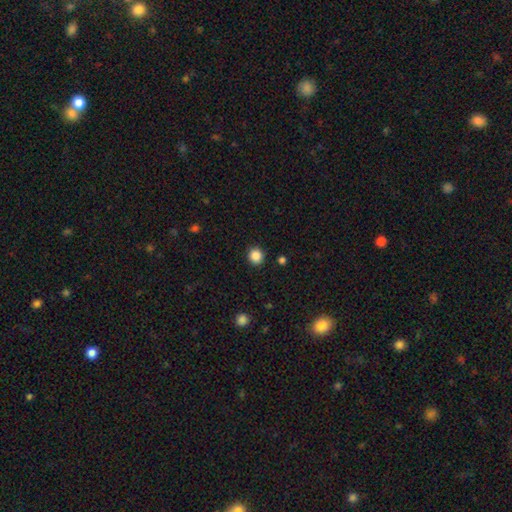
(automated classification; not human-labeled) smooth 87%, star or artifact 10%, featured or disk 3%. Down the decision tree: how rounded — round (89%); merging — none (92%).